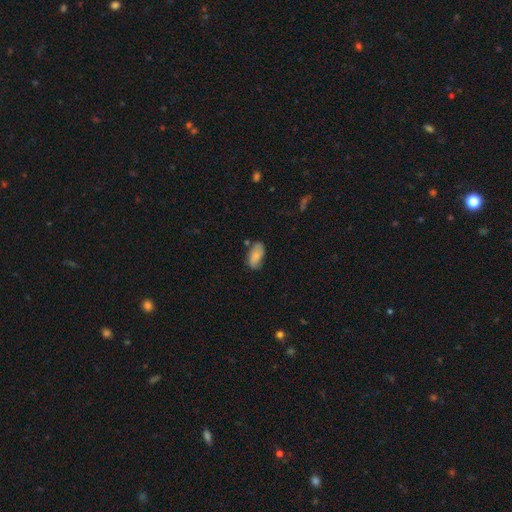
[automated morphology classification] This is likely a smooth galaxy (74%). How rounded: clearly in between (93%). Merging: likely none (68%).